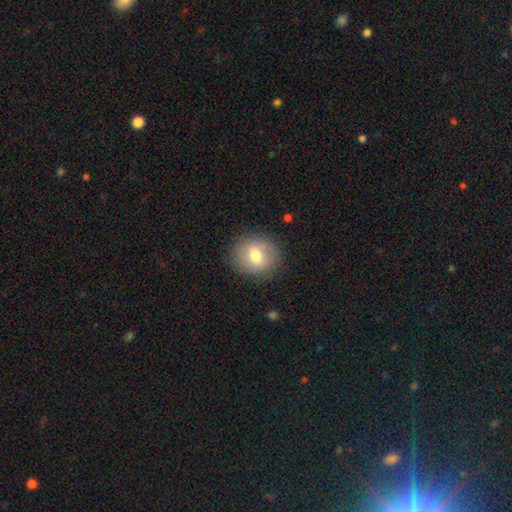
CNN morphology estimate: Smooth or featured?
  - smooth: 70% *
  - featured or disk: 20%
  - star or artifact: 9%
How rounded?
  - round: 74% *
  - in between: 25%
  - cigar-shaped: 1%
Merging?
  - none: 86% *
  - minor disturbance: 9%
  - major disturbance: 3%
  - merger: 1%